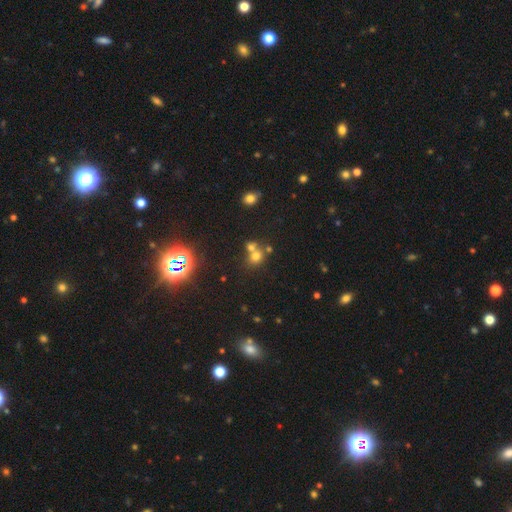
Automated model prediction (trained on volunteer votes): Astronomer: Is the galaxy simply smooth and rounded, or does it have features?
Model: smooth — 64%.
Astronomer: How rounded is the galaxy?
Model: round — 75%.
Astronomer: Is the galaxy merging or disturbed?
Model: merger — 48% (runner-up: none, 41%).